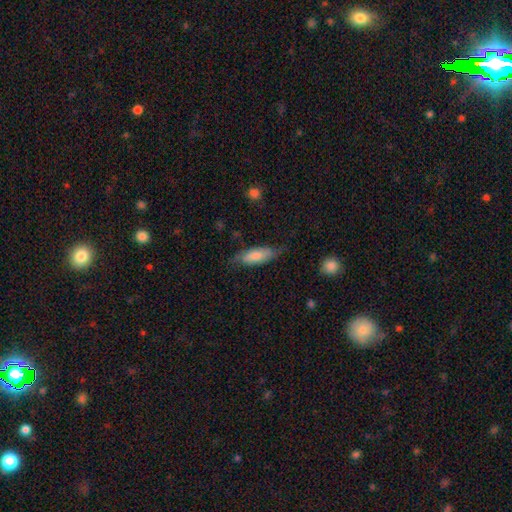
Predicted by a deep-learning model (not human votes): This is likely a smooth galaxy (69%). How rounded: likely in between (70%). Merging: likely none (64%).